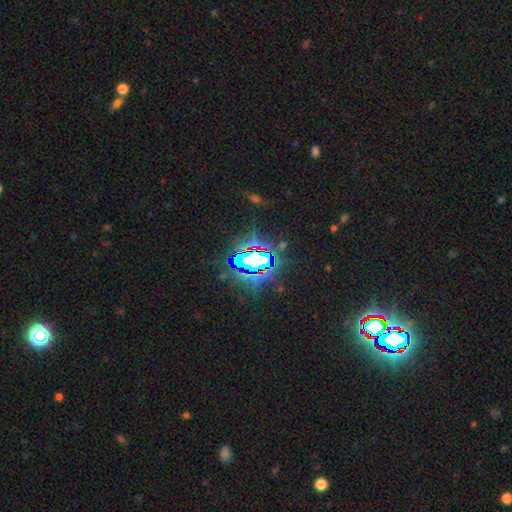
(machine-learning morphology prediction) type=star or artifact (76%).